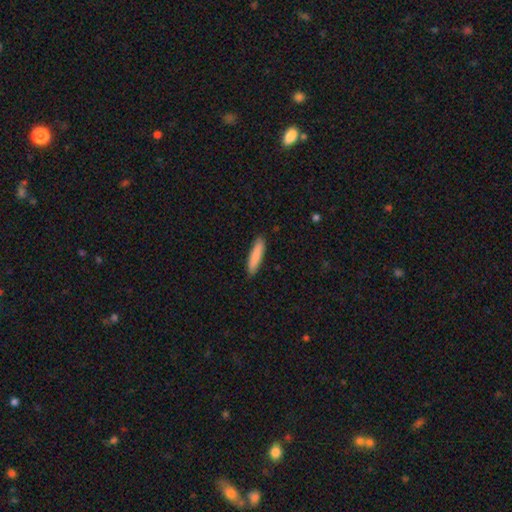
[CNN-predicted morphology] Smooth or featured? Predicted: smooth (p=0.83). How rounded? Predicted: cigar-shaped (p=0.83). Merging? Predicted: none (p=0.89).